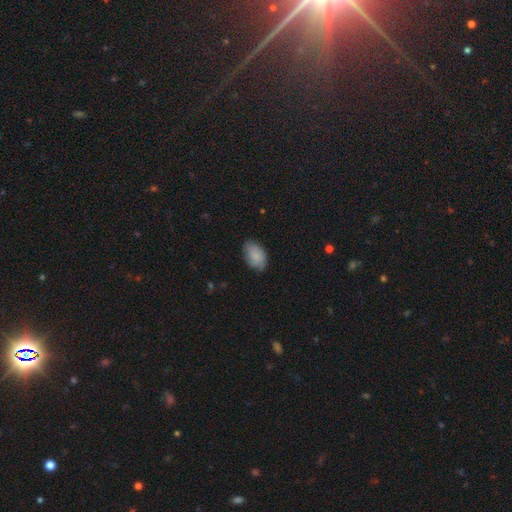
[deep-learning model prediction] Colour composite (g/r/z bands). It shows a smooth galaxy with no disk features (77%) that is in between round and cigar-shaped (90%). Merging: none (76%).